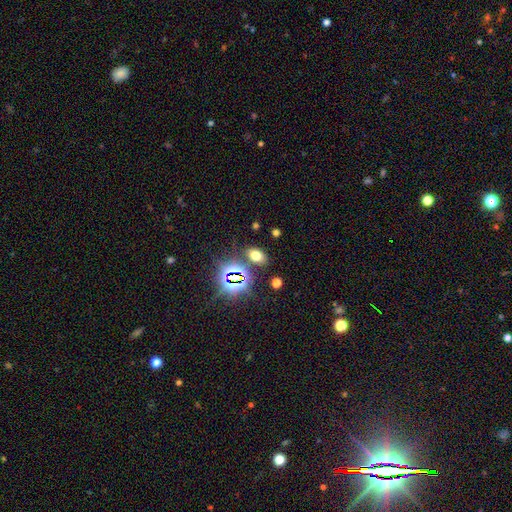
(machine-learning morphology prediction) This appears to be a smooth galaxy with no disk features (61%) that is in between round and cigar-shaped (85%). Merging: none (81%).